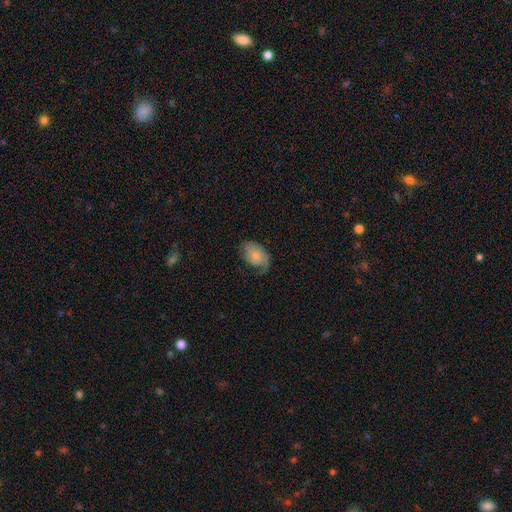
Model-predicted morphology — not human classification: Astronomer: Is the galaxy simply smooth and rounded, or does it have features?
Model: smooth — 54% (runner-up: featured or disk, 39%).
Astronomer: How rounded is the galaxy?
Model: in between — 85%.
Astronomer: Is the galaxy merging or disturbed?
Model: none — 46% (runner-up: minor disturbance, 30%).